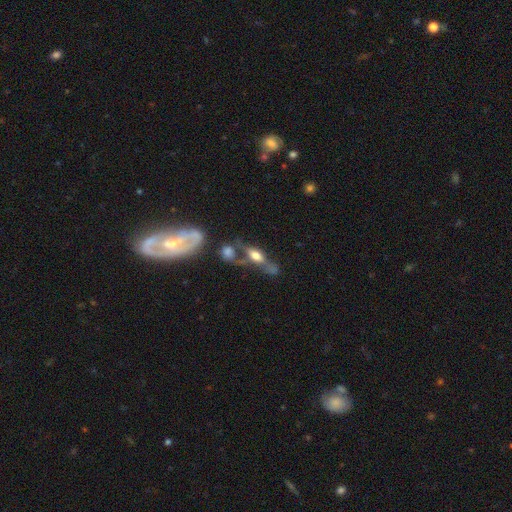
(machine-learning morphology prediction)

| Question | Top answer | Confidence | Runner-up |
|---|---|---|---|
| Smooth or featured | featured or disk | 57% | smooth (32%) |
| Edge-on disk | yes | 61% | no (39%) |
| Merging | none | 34% | merger (30%) |